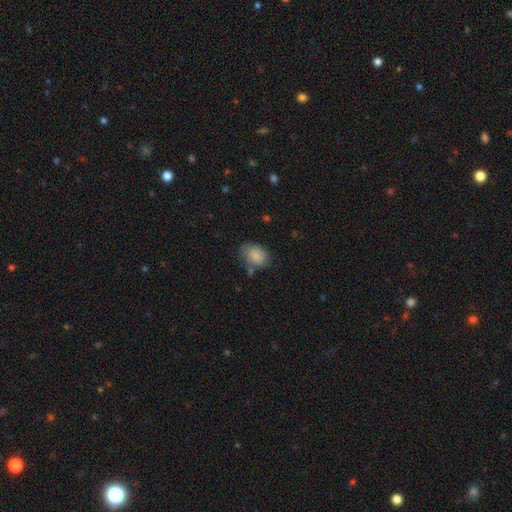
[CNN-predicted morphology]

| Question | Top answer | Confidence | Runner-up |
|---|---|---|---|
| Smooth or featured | smooth | 84% | featured or disk (9%) |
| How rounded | in between | 72% | round (27%) |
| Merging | none | 62% | minor disturbance (25%) |